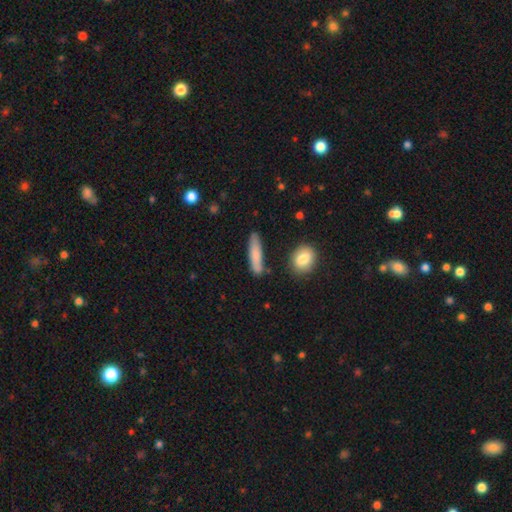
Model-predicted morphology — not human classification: Smooth or featured?
  - smooth: 77% *
  - featured or disk: 16%
  - star or artifact: 7%
How rounded?
  - cigar-shaped: 81% *
  - in between: 16%
  - round: 2%
Merging?
  - none: 76% *
  - minor disturbance: 15%
  - merger: 5%
  - major disturbance: 3%